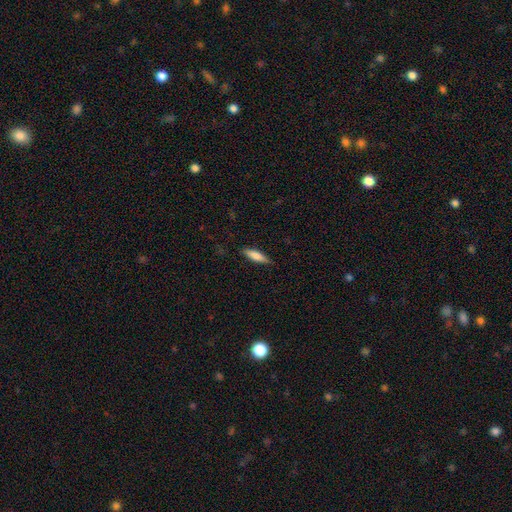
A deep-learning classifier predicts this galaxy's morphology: A smooth galaxy with no disk features (77%) that is cigar-shaped (62%). Merging: none (84%).